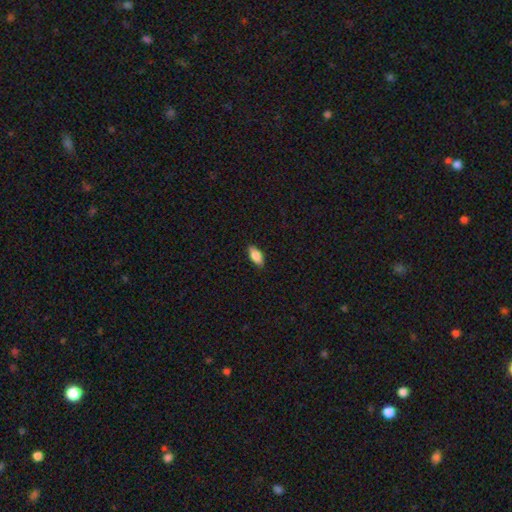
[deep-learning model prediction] Smooth or featured: smooth — 83% (featured or disk — 11%)
How rounded: in between — 86% (cigar-shaped — 11%)
Merging: none — 87% (minor disturbance — 10%)